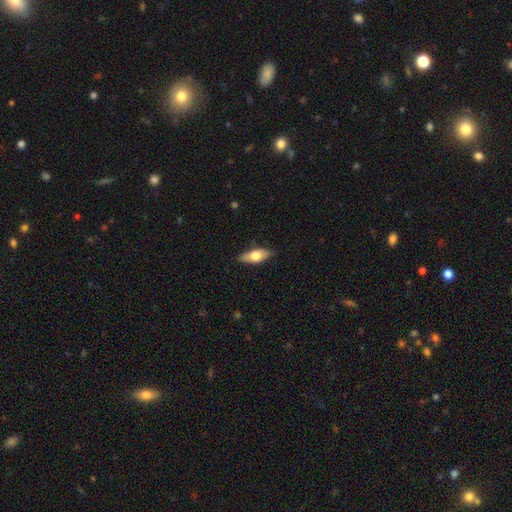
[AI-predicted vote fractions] Smooth or featured? Predicted: smooth (p=0.61). How rounded? Predicted: in between (p=0.75). Merging? Predicted: none (p=0.86).